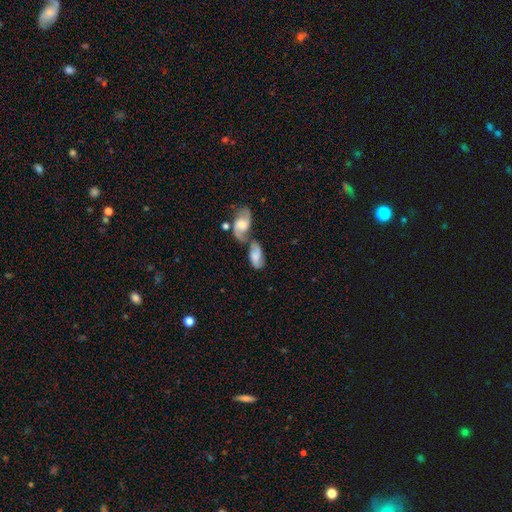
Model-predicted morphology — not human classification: Smooth or featured: smooth — 50% (featured or disk — 43%)
Merging: merger — 61% (none — 20%)